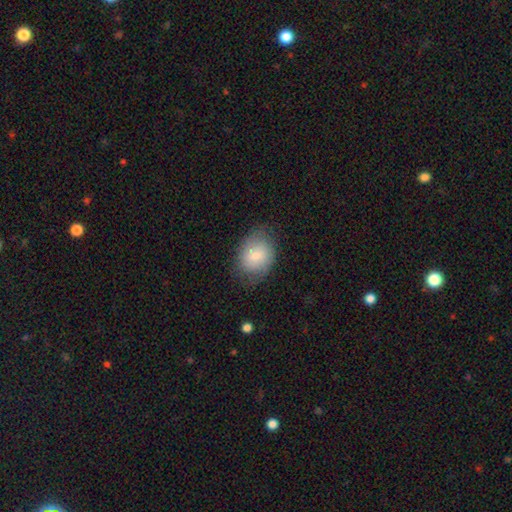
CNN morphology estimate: Smooth or featured? smooth (71%)
How rounded? in between (59%)
Merging? none (72%)